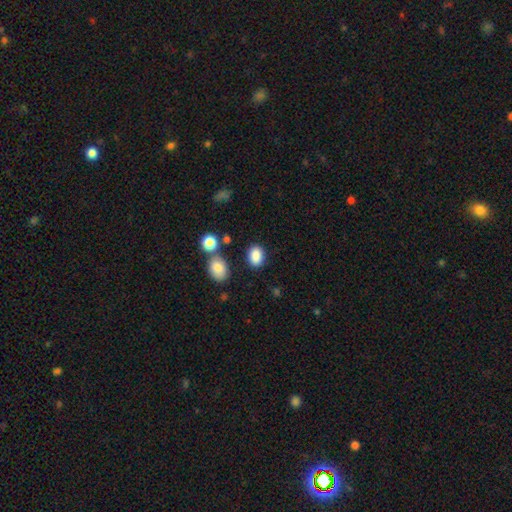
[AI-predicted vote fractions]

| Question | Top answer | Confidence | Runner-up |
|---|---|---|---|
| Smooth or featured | smooth | 87% | star or artifact (9%) |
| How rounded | in between | 72% | round (27%) |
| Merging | none | 81% | minor disturbance (11%) |